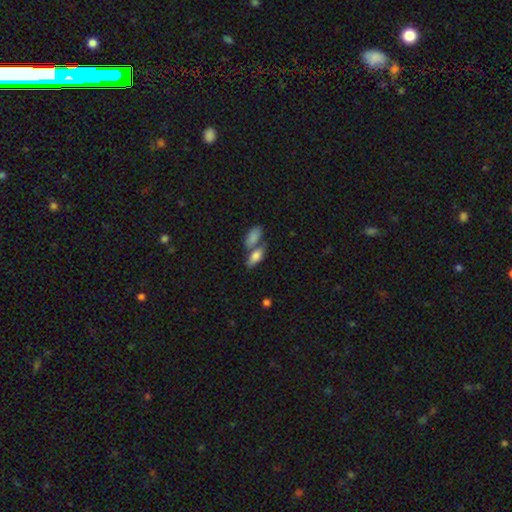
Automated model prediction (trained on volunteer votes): Smooth or featured? Predicted: smooth (p=0.74). How rounded? Predicted: in between (p=0.78). Merging? Predicted: none (p=0.43).